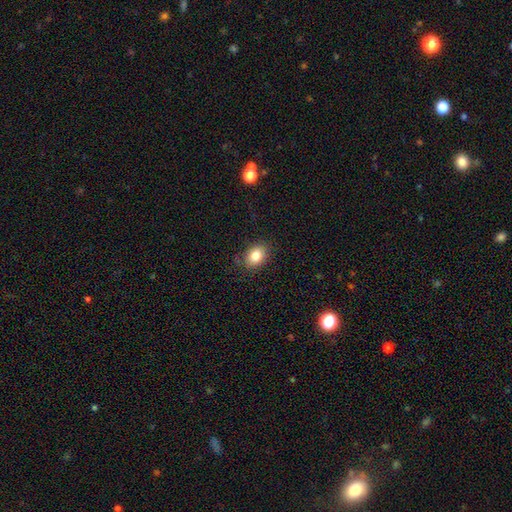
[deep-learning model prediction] The model was most divided on "how rounded": in between: 68%, round: 31%, cigar-shaped: 1%. More confident: merging — none (84%); smooth or featured — smooth (82%).